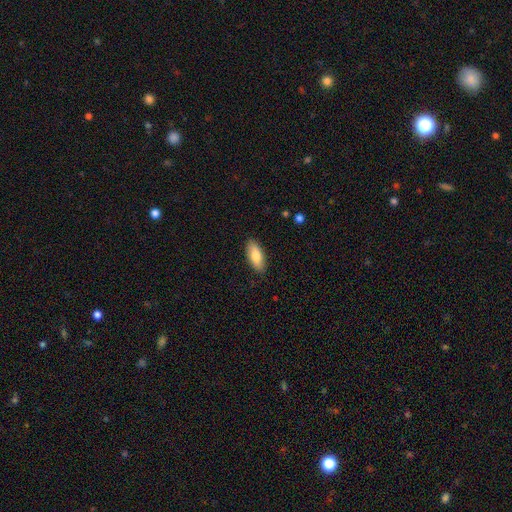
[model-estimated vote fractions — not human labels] Smooth or featured? Predicted: smooth (p=0.81). How rounded? Predicted: in between (p=0.83). Merging? Predicted: none (p=0.87).